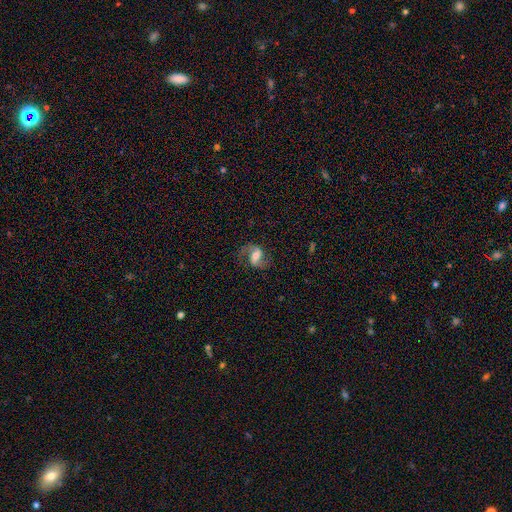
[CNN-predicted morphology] A featured or disk galaxy (76%) with a weak bar (48%), 2 (89%) loose (50%) spiral arms (94%) and a moderate central bulge (48%).

Vote fractions:
- Smooth or featured? featured or disk: 76% / smooth: 16% / star or artifact: 7%
- Edge-on disk? no: 97% / yes: 3%
- Bar? weak: 48% / strong: 30% / no: 22%
- Spiral arms? yes: 94% / no: 6%
- Spiral winding? loose: 50% / medium: 41% / tight: 9%
- Spiral arm count? 2: 89% / 1: 5% / can't tell: 3% / 3: 1% / 4: 1% / more than 4: 1%
- Bulge size? moderate: 48% / small: 23% / large: 19% / none: 7% / dominant: 2%
- Merging? none: 71% / minor disturbance: 16% / major disturbance: 12% / merger: 1%